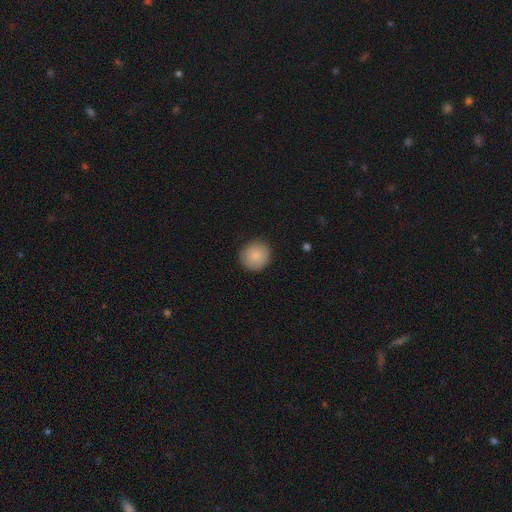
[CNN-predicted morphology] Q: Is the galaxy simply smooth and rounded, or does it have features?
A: smooth — 87%.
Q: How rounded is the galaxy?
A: round — 93%.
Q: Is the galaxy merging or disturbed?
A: none — 90%.